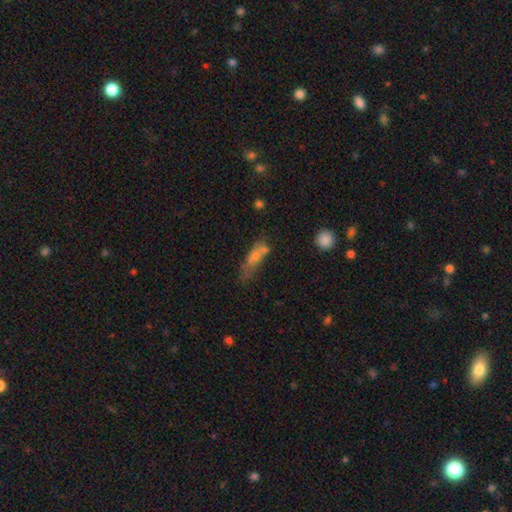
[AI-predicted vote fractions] Q: Smooth or featured?
A: smooth (59%); runner-up: featured or disk (27%)
Q: How rounded?
A: cigar-shaped (48%); runner-up: in between (45%)
Q: Merging?
A: none (39%); runner-up: minor disturbance (24%)